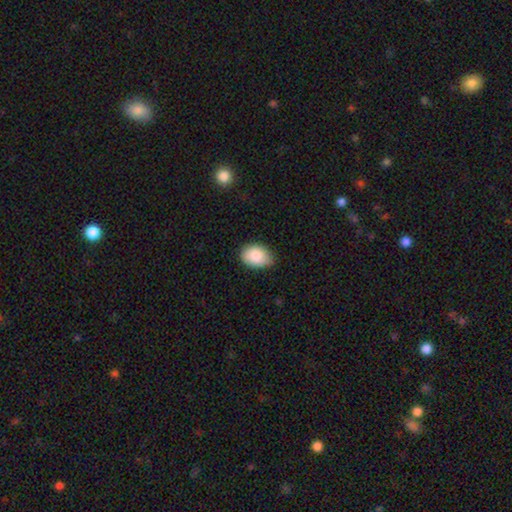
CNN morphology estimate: smooth-or-featured: smooth: 86% | featured or disk: 7% | star or artifact: 7%
  how-rounded: in between: 80% | round: 19% | cigar-shaped: 1%
  merging: none: 71% | minor disturbance: 25% | major disturbance: 3% | merger: 1%